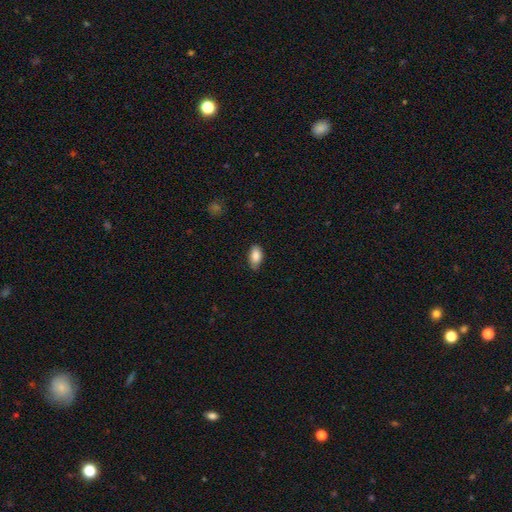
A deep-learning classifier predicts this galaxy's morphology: This appears to be a smooth galaxy with no disk features (87%) that is in between round and cigar-shaped (92%). Merging: none (73%).